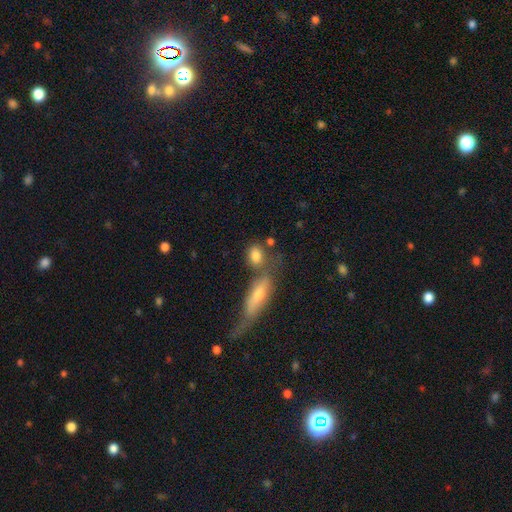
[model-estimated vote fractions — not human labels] Smooth or featured? smooth (78%)
How rounded? in between (68%)
Merging? none (55%)